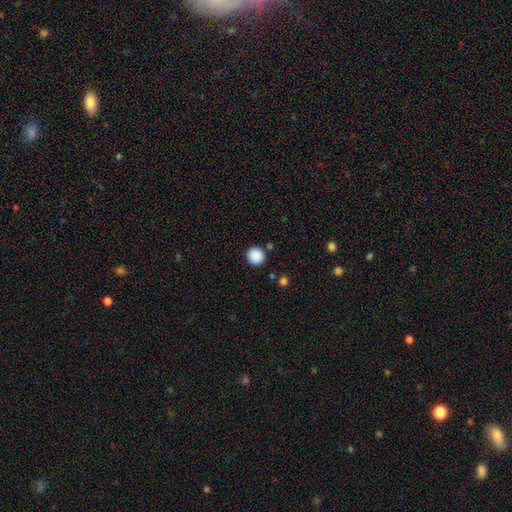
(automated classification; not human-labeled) A smooth galaxy with no disk features (89%) that is round (93%).

Vote fractions:
- Smooth or featured? smooth: 89% / star or artifact: 9% / featured or disk: 2%
- How rounded? round: 93% / in between: 6% / cigar-shaped: 1%
- Merging? none: 89% / minor disturbance: 6% / merger: 2% / major disturbance: 2%